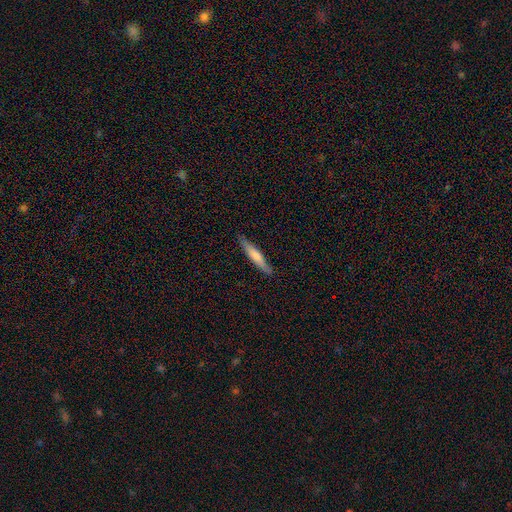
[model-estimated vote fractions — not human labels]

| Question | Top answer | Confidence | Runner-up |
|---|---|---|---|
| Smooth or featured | smooth | 65% | featured or disk (30%) |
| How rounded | cigar-shaped | 91% | in between (8%) |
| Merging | none | 87% | minor disturbance (10%) |